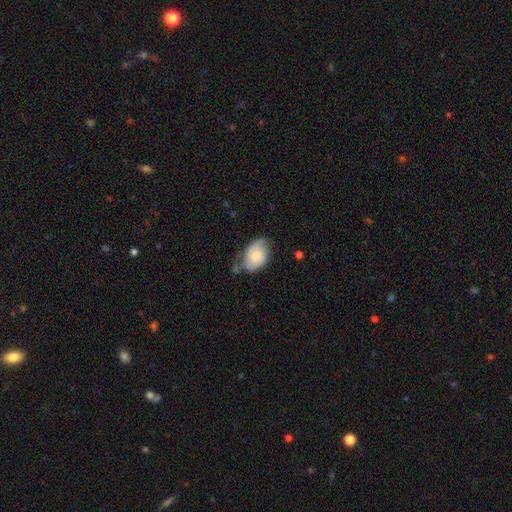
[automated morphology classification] smooth_or_featured: smooth (p=0.57) [alt: featured or disk p=0.36]
how_rounded: in between (p=0.83) [alt: round p=0.16]
merging: none (p=0.47) [alt: minor disturbance p=0.35]